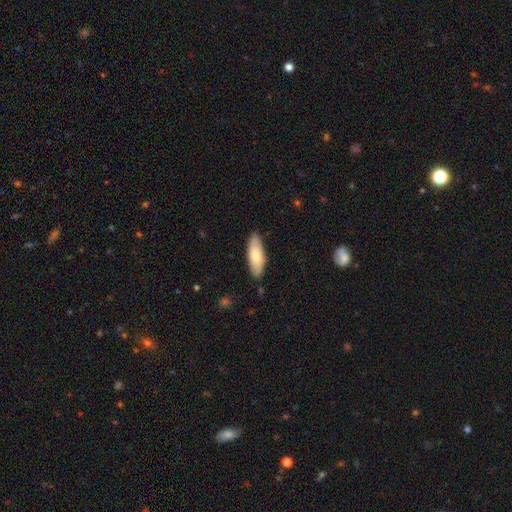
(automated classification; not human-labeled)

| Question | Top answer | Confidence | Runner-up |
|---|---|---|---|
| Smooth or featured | smooth | 79% | featured or disk (16%) |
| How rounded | in between | 64% | cigar-shaped (34%) |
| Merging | none | 87% | minor disturbance (10%) |